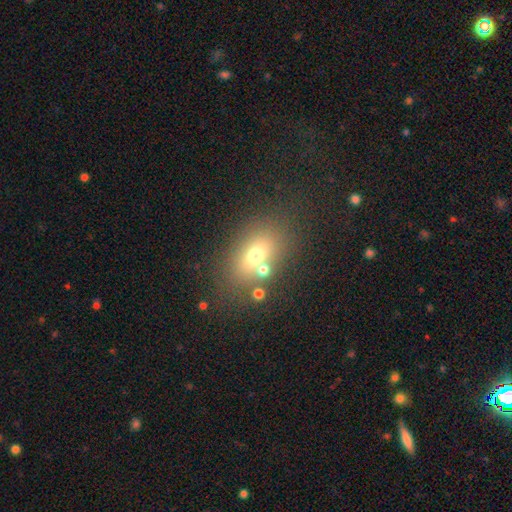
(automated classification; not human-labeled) Smooth or featured? smooth (64%)
How rounded? in between (75%)
Merging? none (62%)